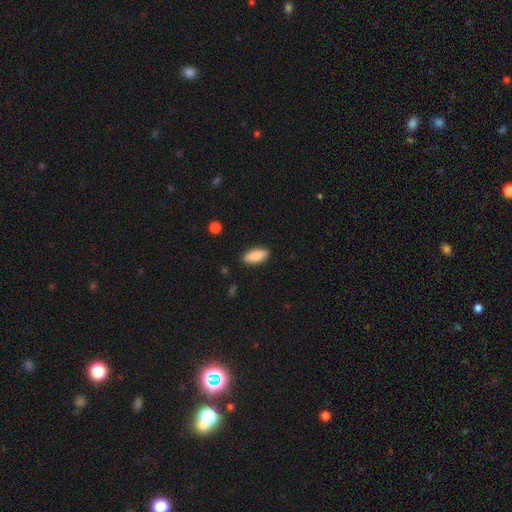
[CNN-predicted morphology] Smooth or featured: smooth — 84% (featured or disk — 9%)
How rounded: in between — 84% (cigar-shaped — 14%)
Merging: none — 89% (minor disturbance — 8%)